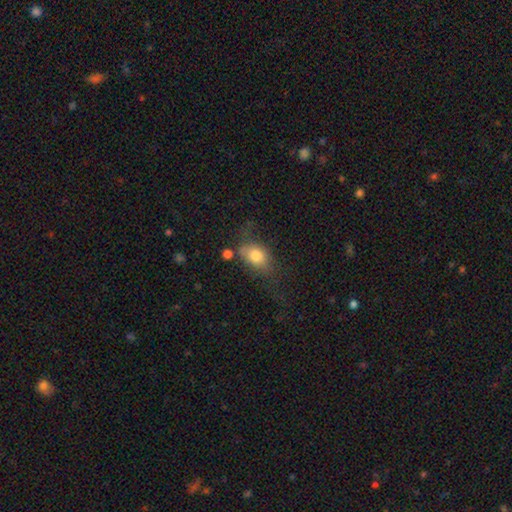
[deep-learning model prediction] Q: Smooth or featured?
A: smooth (77%); runner-up: featured or disk (14%)
Q: How rounded?
A: in between (79%); runner-up: round (19%)
Q: Merging?
A: none (51%); runner-up: minor disturbance (26%)